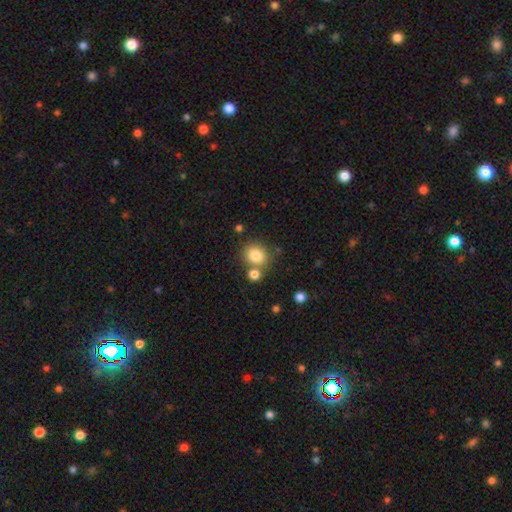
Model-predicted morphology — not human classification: type=smooth (81%); roundness=round (76%); merging=none (66%).